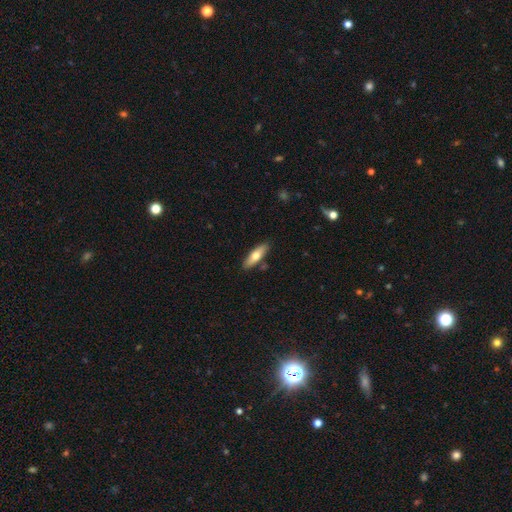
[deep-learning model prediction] Overall: smooth (64%; featured or disk 30%). How rounded: cigar-shaped (51%; in between 47%). Merging: none (85%).